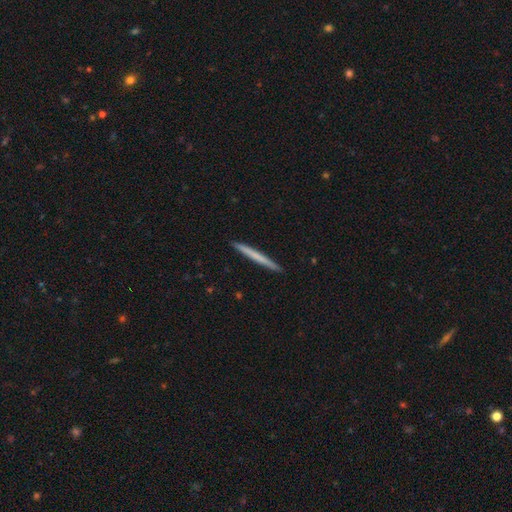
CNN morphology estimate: This appears to be a smooth galaxy with no disk features (61%) that is cigar-shaped (97%). Merging: none (93%).